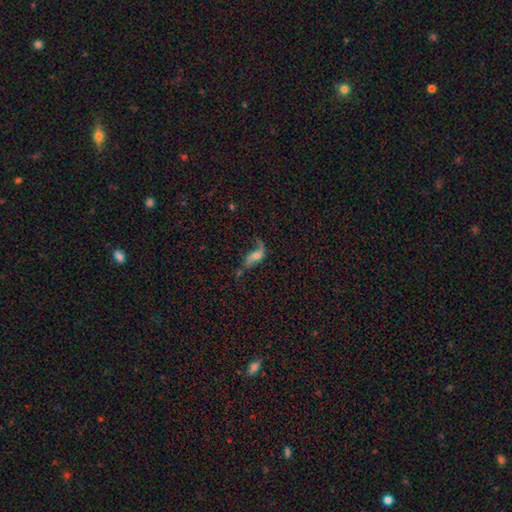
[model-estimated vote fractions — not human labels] featured or disk 63%, smooth 26%, star or artifact 11%. Down the decision tree: edge-on disk — no (91%); bar — no (52%); spiral arms — yes (82%); bulge size — moderate (37%, tied with small); merging — none (37%).